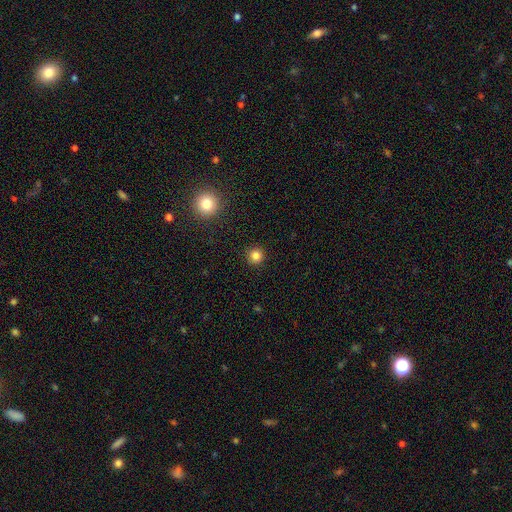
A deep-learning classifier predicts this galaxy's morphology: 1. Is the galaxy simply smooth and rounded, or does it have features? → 82% smooth, 13% star or artifact, 4% featured or disk.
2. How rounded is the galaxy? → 95% round, 4% in between, 1% cigar-shaped.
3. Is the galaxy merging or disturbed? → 92% none, 5% minor disturbance, 2% major disturbance, 1% merger.